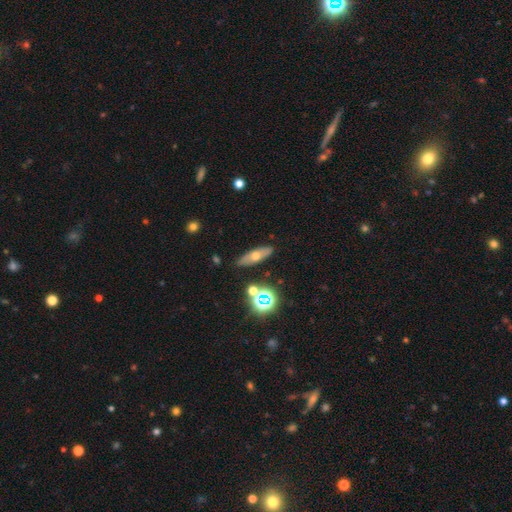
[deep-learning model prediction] Morphology: type=smooth (51%); roundness=in between (46%, tied with cigar-shaped); merging=none (86%).